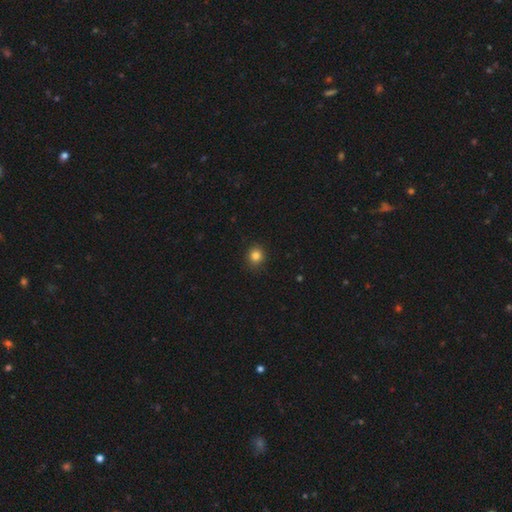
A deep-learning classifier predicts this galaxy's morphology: Smooth or featured? smooth (83%)
How rounded? round (85%)
Merging? none (90%)